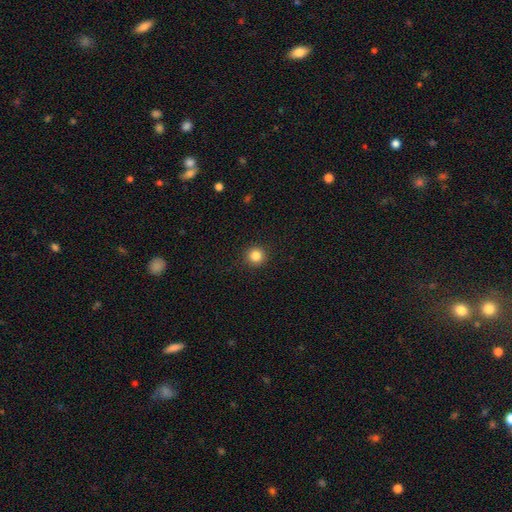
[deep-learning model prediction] smooth 84%, star or artifact 12%, featured or disk 4%. Down the decision tree: how rounded — round (95%); merging — none (92%).